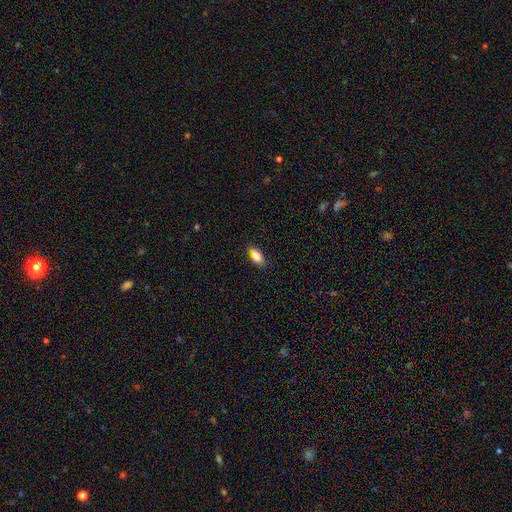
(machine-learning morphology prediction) A smooth galaxy with no disk features (83%) that is in between round and cigar-shaped (88%). Merging: none (80%).